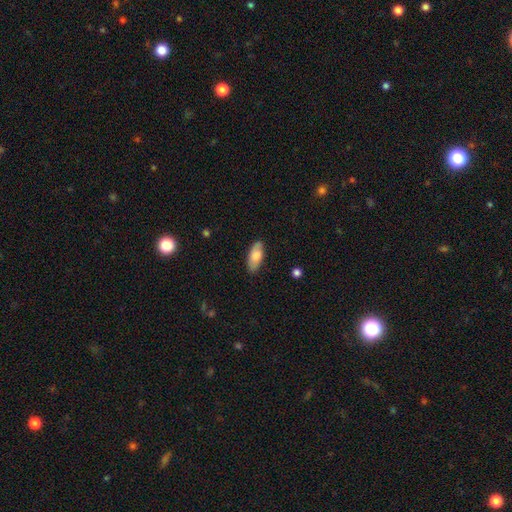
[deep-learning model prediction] Morphology: type=smooth (73%); roundness=in between (85%); merging=none (83%).